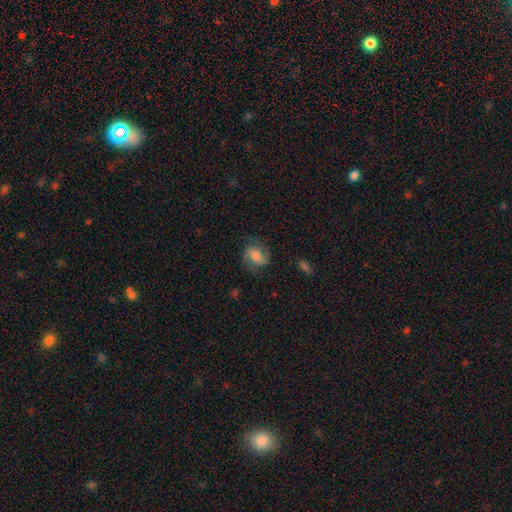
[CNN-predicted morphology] The model was most divided on "smooth or featured": featured or disk: 47%, smooth: 44%, star or artifact: 9%. More confident: merging — none (68%).